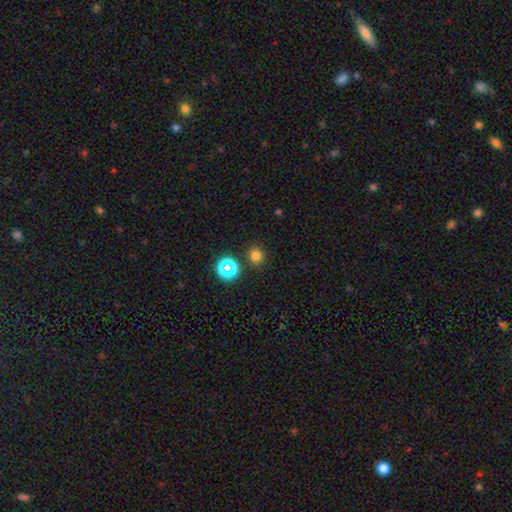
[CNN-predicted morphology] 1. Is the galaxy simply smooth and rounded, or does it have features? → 76% smooth, 19% star or artifact, 5% featured or disk.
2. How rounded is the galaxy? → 86% round, 13% in between, 1% cigar-shaped.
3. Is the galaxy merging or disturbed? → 86% none, 7% minor disturbance, 5% merger, 2% major disturbance.